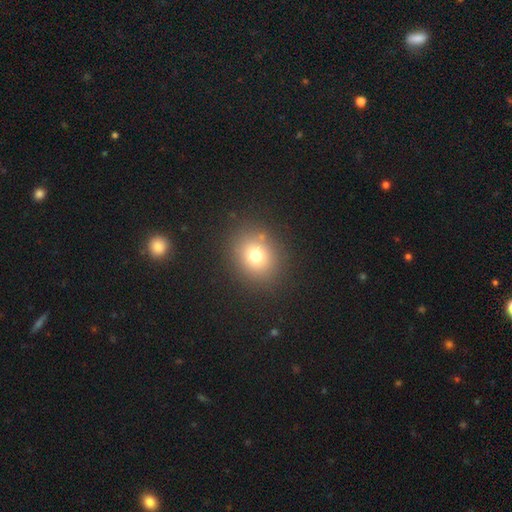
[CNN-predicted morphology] Smooth or featured?
  - smooth: 74% *
  - star or artifact: 16%
  - featured or disk: 10%
How rounded?
  - round: 73% *
  - in between: 26%
  - cigar-shaped: 1%
Merging?
  - none: 85% *
  - minor disturbance: 8%
  - major disturbance: 4%
  - merger: 2%